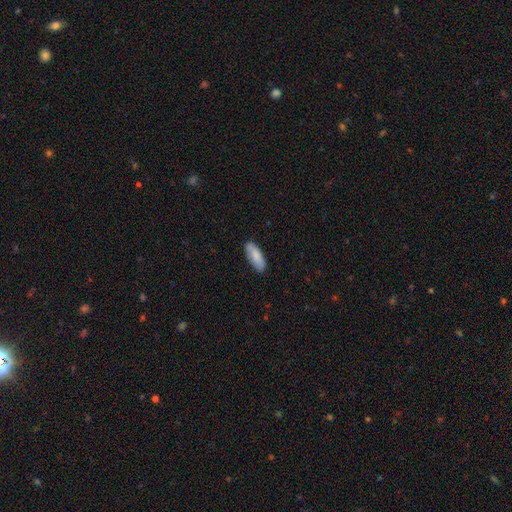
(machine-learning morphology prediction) The model was most divided on "how rounded": in between: 72%, cigar-shaped: 26%, round: 2%. More confident: merging — none (87%); smooth or featured — smooth (85%).